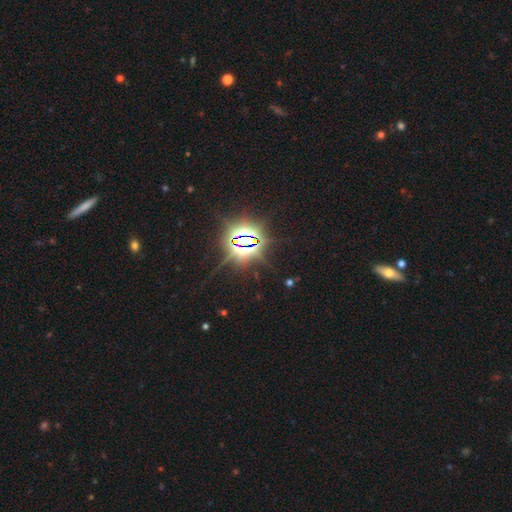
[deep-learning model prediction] Smooth or featured? star or artifact (85%)